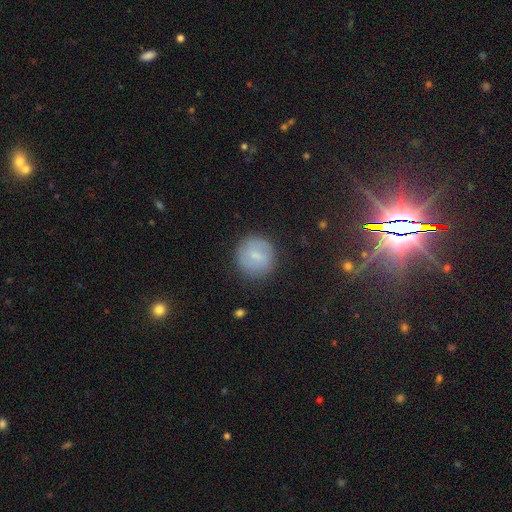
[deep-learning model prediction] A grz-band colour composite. It shows a smooth galaxy with no disk features (70%) that is round (91%). Merging: none (85%).